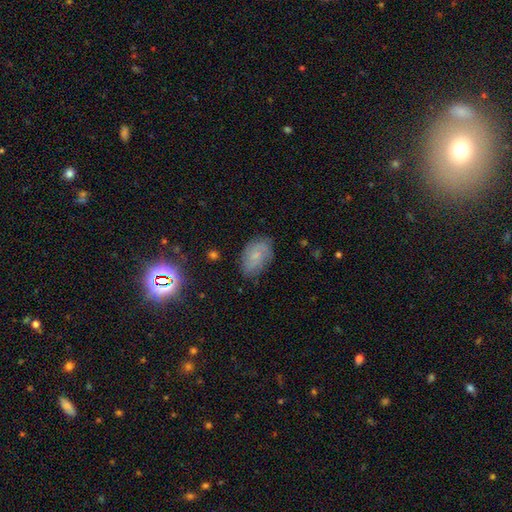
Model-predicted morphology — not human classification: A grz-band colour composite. It shows a featured or disk galaxy (44%). Merging: none (73%).